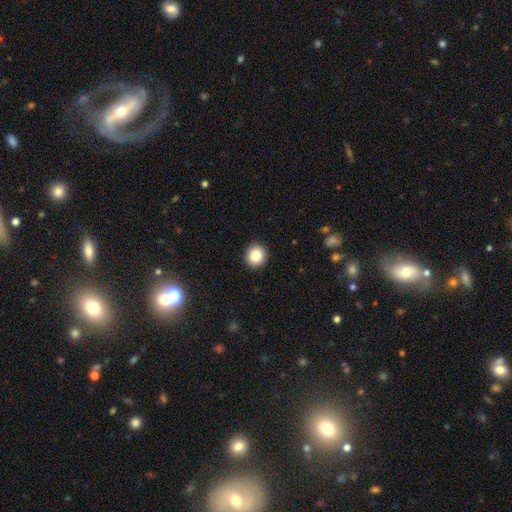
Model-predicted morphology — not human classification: type=smooth (84%); roundness=round (91%); merging=none (92%).